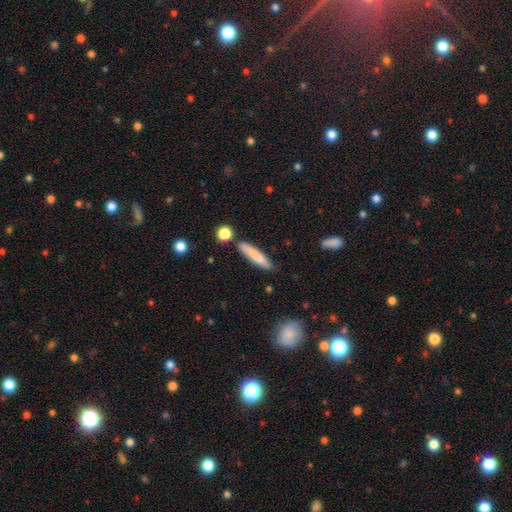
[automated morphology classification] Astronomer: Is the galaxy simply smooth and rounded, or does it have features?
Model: smooth — 78%.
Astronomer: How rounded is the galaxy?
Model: cigar-shaped — 86%.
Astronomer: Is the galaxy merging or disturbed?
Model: none — 76%.